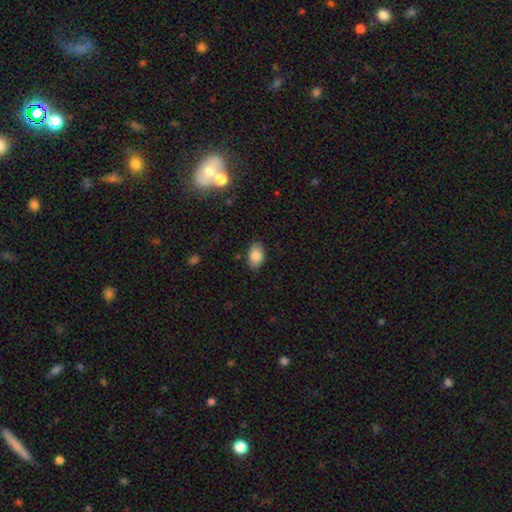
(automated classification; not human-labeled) A smooth galaxy with no disk features (86%) that is in between round and cigar-shaped (89%). Merging: none (83%).